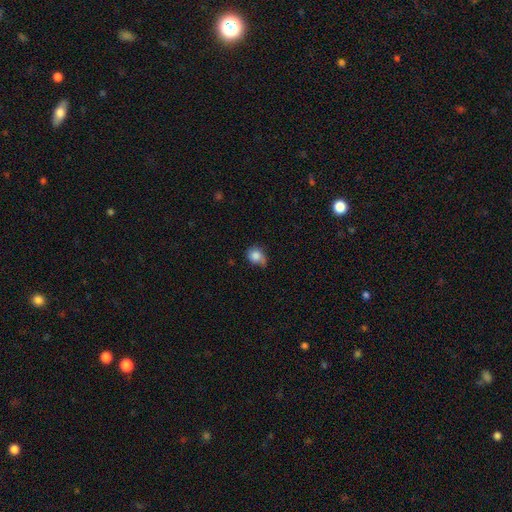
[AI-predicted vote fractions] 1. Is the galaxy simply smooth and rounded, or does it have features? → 81% smooth, 10% featured or disk, 9% star or artifact.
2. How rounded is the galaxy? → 62% round, 37% in between, 1% cigar-shaped.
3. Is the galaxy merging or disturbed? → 42% none, 41% minor disturbance, 14% major disturbance, 3% merger.